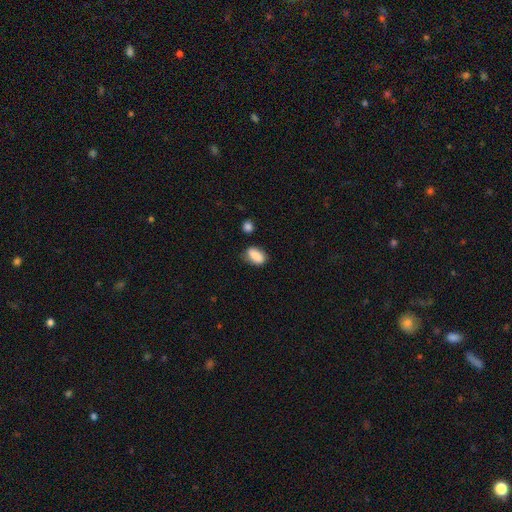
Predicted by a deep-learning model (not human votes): This is clearly a smooth galaxy (86%). How rounded: clearly in between (88%). Merging: likely none (66%).